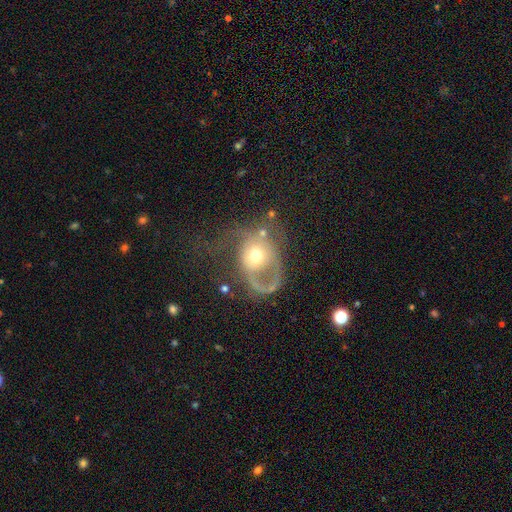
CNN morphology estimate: type=featured or disk (54%); edge-on=no (95%); bar=no (81%); spiral arms=yes (52%); bulge=moderate (63%); merging=major disturbance (57%).